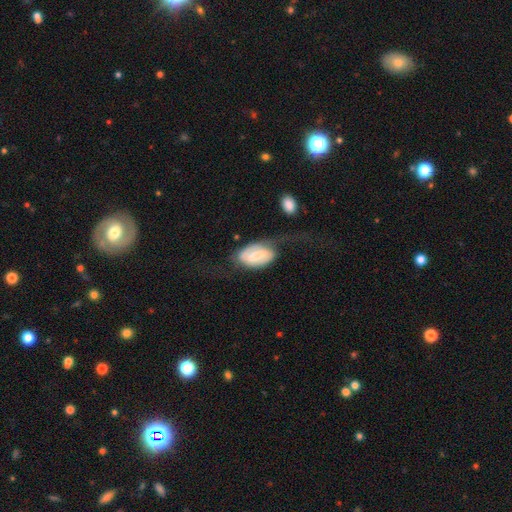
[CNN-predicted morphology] The model was most divided on "bar" (2-way tie): weak: 41%, strong: 41%, no: 18%. Remaining: edge-on disk — no (94%); spiral arms — yes (68%); smooth or featured — featured or disk (54%); merging — major disturbance (42%); bulge size — moderate (40%).